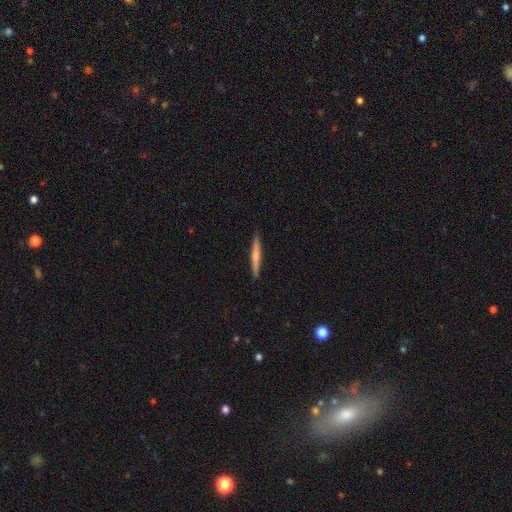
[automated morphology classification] This is possibly a smooth galaxy (54%). How rounded: clearly cigar-shaped (96%). Merging: clearly none (92%).